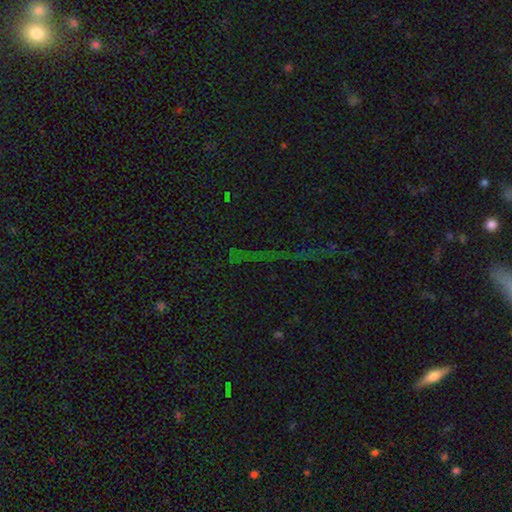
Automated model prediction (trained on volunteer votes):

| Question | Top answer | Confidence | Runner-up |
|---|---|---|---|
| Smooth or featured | star or artifact | 73% | smooth (14%) |